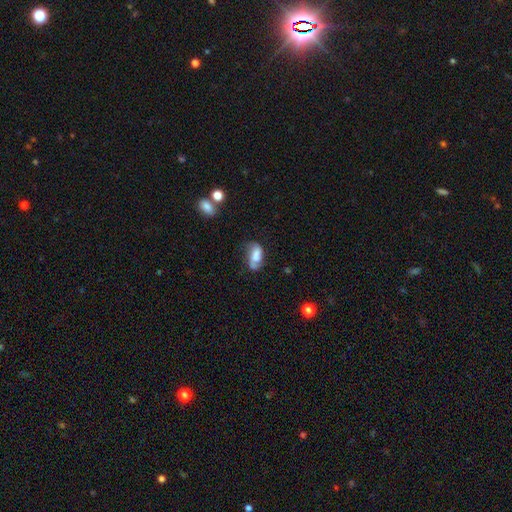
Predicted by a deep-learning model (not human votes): Morphology: type=smooth (51%); roundness=in between (88%); merging=none (39%).